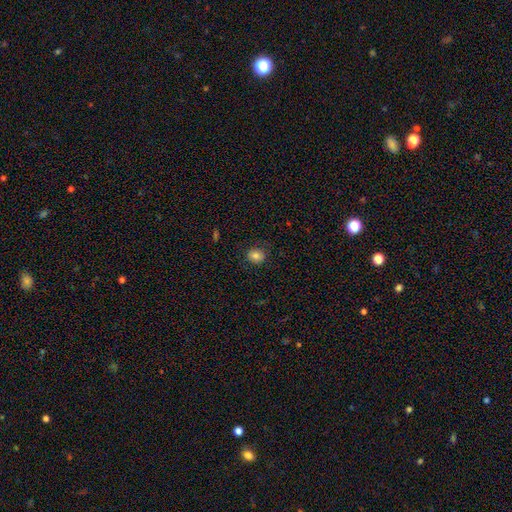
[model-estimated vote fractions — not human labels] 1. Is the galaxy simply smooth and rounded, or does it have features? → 81% smooth, 11% star or artifact, 8% featured or disk.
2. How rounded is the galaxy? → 60% round, 39% in between, 1% cigar-shaped.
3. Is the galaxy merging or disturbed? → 81% none, 14% minor disturbance, 4% major disturbance, 1% merger.